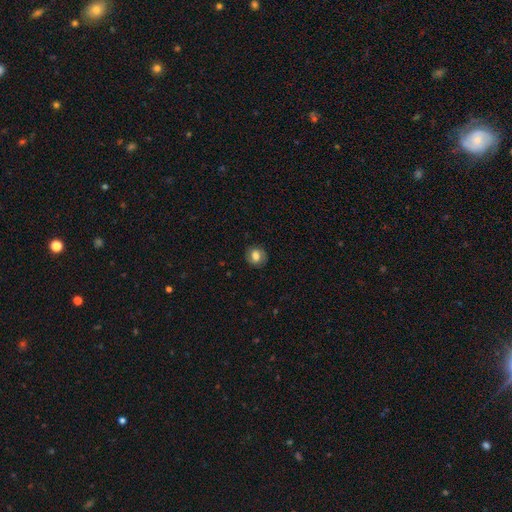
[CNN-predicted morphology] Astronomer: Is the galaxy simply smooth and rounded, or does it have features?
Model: smooth — 68%.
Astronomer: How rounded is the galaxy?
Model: round — 76%.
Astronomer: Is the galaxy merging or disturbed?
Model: none — 84%.